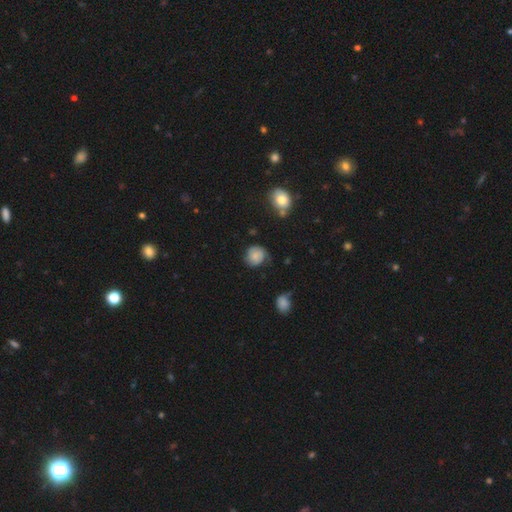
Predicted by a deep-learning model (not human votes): Q: Smooth or featured?
A: smooth (55%); runner-up: featured or disk (36%)
Q: How rounded?
A: round (79%); runner-up: in between (20%)
Q: Merging?
A: none (65%); runner-up: minor disturbance (23%)